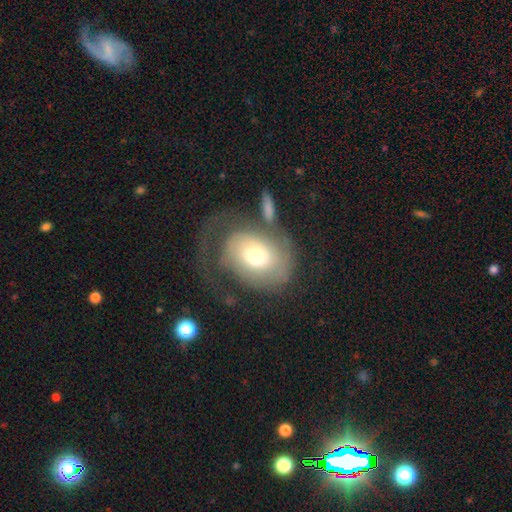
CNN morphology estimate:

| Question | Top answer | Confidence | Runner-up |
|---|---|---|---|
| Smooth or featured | featured or disk | 62% | smooth (31%) |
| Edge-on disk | no | 95% | yes (5%) |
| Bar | no | 74% | weak (20%) |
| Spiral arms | yes | 77% | no (23%) |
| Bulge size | moderate | 60% | small (25%) |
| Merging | none | 39% | major disturbance (34%) |